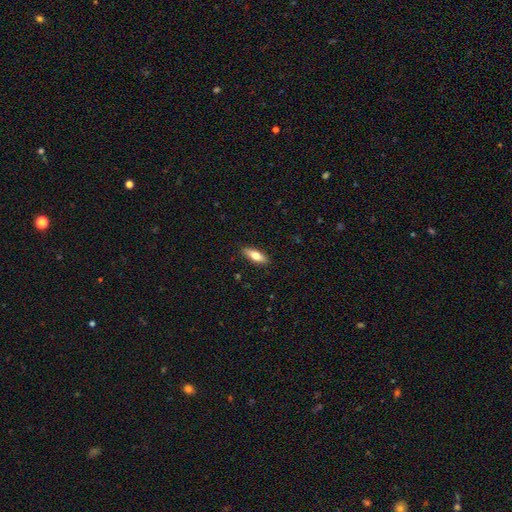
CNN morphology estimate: A smooth galaxy with no disk features (64%) that is in between round and cigar-shaped (57%).

Vote fractions:
- Smooth or featured? smooth: 64% / featured or disk: 30% / star or artifact: 6%
- How rounded? in between: 57% / cigar-shaped: 41% / round: 2%
- Merging? none: 89% / minor disturbance: 8% / major disturbance: 2% / merger: 1%